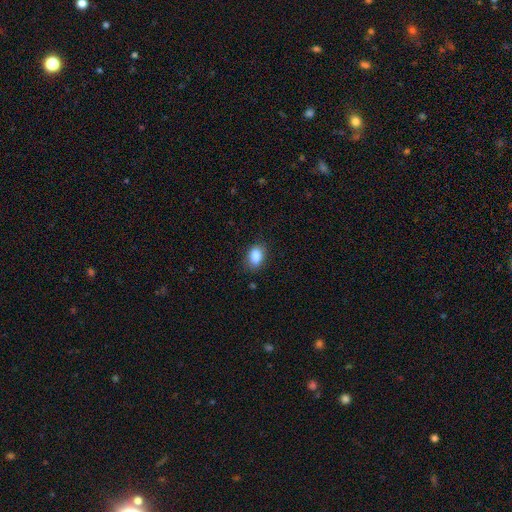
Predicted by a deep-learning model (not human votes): A smooth galaxy with no disk features (87%) that is in between round and cigar-shaped (84%).

Vote fractions:
- Smooth or featured? smooth: 87% / star or artifact: 8% / featured or disk: 5%
- How rounded? in between: 84% / round: 14% / cigar-shaped: 2%
- Merging? none: 80% / minor disturbance: 15% / major disturbance: 3% / merger: 1%